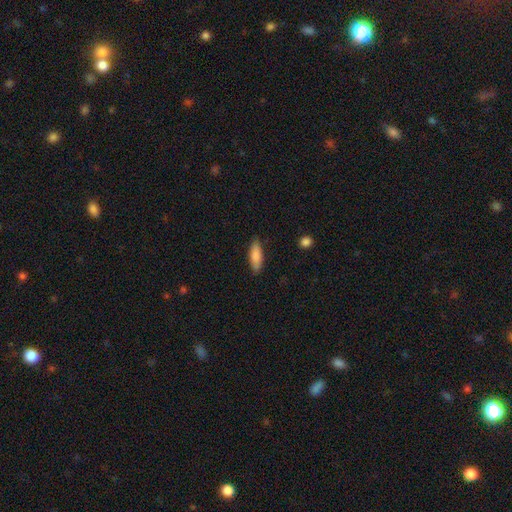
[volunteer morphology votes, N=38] Smooth or featured?
  - smooth: 92% *
  - star or artifact: 8%
  - featured or disk: 0%
How rounded?
  - cigar-shaped: 51% *
  - in between: 49%
  - round: 0%
Merging?
  - none: 89% *
  - minor disturbance: 11%
  - major disturbance: 0%
  - merger: 0%